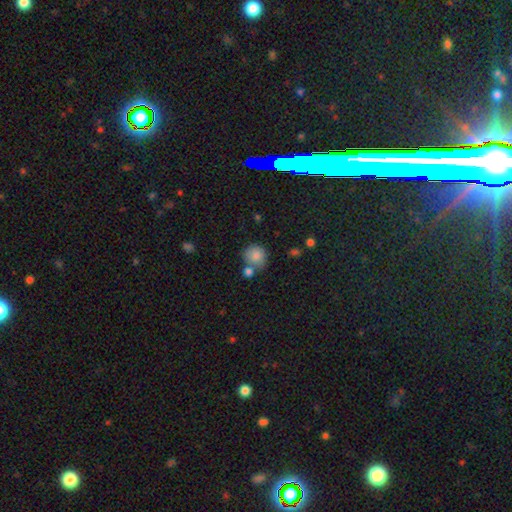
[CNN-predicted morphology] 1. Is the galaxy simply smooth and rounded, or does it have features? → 85% smooth, 8% star or artifact, 7% featured or disk.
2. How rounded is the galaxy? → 88% round, 11% in between, 1% cigar-shaped.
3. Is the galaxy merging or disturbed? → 60% none, 22% merger, 14% minor disturbance, 4% major disturbance.